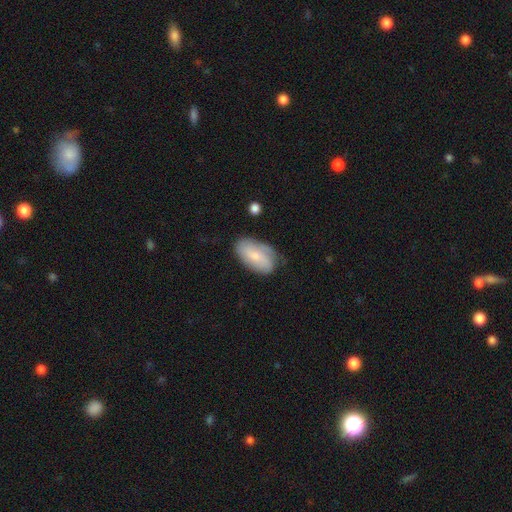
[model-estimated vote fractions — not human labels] smooth 57%, featured or disk 36%, star or artifact 7%. Down the decision tree: how rounded — in between (93%); merging — none (61%).